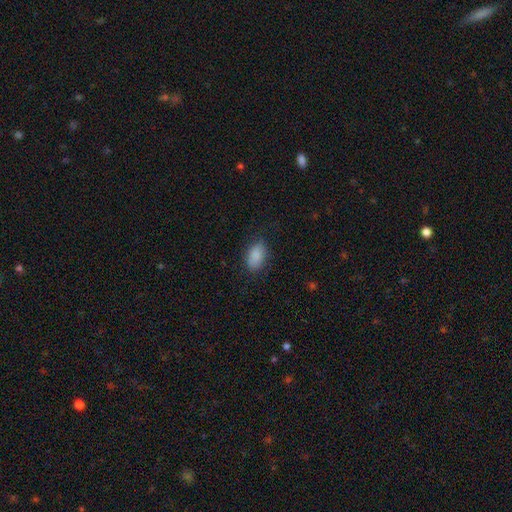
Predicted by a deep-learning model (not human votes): Smooth or featured: smooth — 87% (star or artifact — 7%)
How rounded: in between — 90% (round — 8%)
Merging: none — 78% (minor disturbance — 16%)